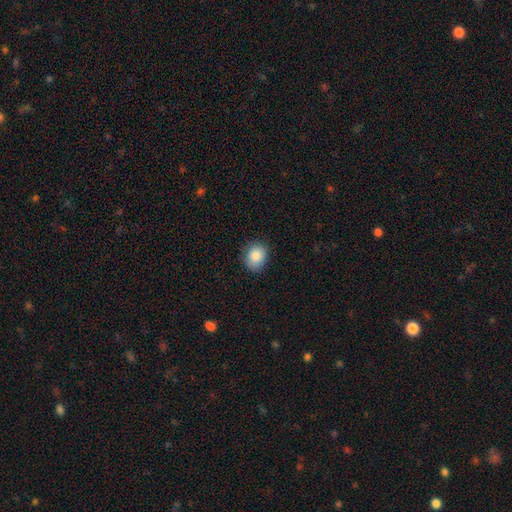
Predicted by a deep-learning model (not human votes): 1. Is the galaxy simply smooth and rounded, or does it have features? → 86% smooth, 8% star or artifact, 5% featured or disk.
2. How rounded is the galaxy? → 61% round, 38% in between, 1% cigar-shaped.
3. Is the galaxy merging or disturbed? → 83% none, 14% minor disturbance, 3% major disturbance, 1% merger.